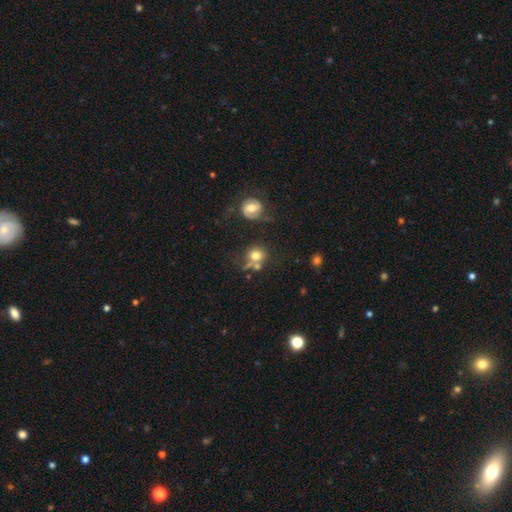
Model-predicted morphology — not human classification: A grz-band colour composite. It shows a smooth galaxy with no disk features (71%) that is round (84%). Merging: none (52%).